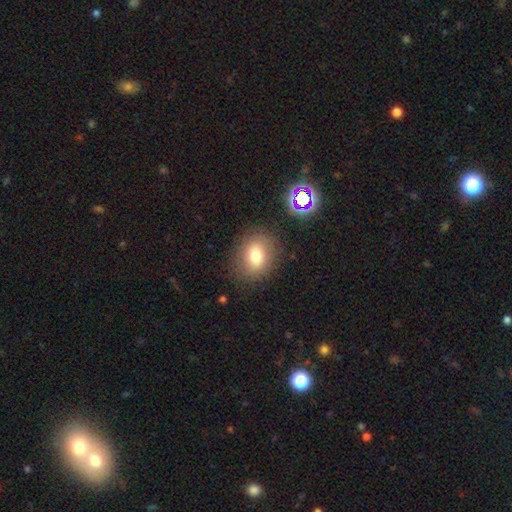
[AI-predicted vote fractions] This is likely a smooth galaxy (72%). How rounded: possibly round (52%). Merging: clearly none (82%).